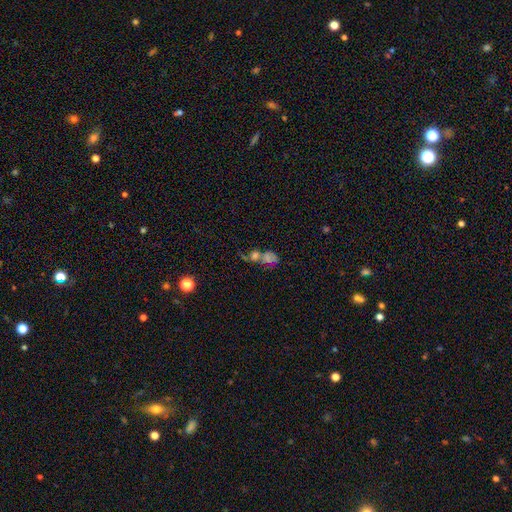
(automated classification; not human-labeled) smooth_or_featured: smooth (p=0.38) [alt: featured or disk p=0.35]
merging: merger (p=0.48) [alt: none p=0.28]